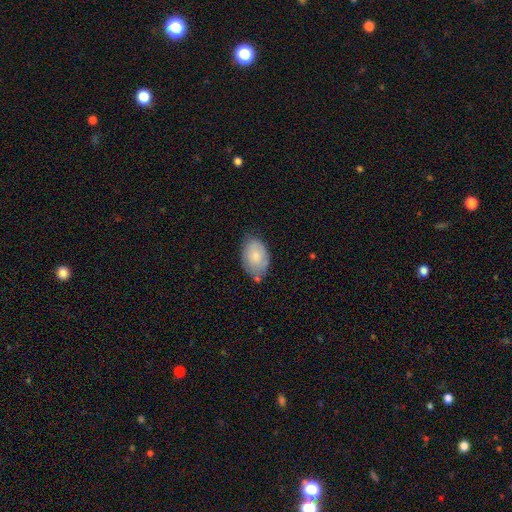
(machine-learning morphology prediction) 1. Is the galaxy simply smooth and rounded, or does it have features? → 78% smooth, 16% featured or disk, 6% star or artifact.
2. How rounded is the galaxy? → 90% in between, 9% round, 1% cigar-shaped.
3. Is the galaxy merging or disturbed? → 63% none, 27% minor disturbance, 5% major disturbance, 4% merger.